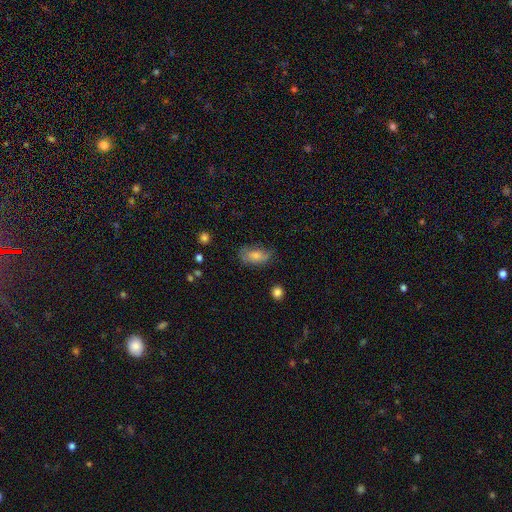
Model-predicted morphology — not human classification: A smooth galaxy with no disk features (76%) that is in between round and cigar-shaped (89%).

Vote fractions:
- Smooth or featured? smooth: 76% / featured or disk: 16% / star or artifact: 8%
- How rounded? in between: 89% / cigar-shaped: 7% / round: 5%
- Merging? none: 68% / minor disturbance: 24% / major disturbance: 7% / merger: 2%